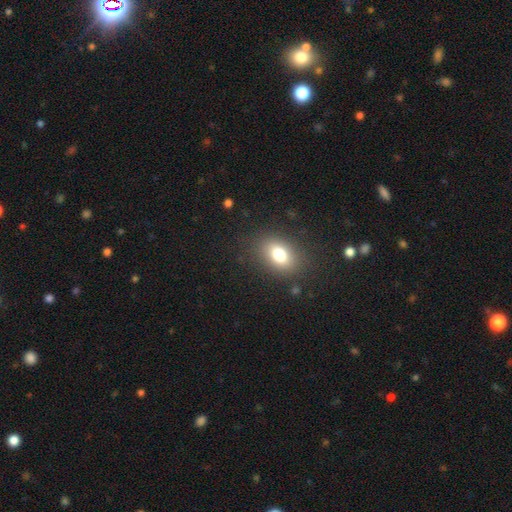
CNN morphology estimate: The model was most divided on "how rounded": in between: 69%, round: 29%, cigar-shaped: 2%. More confident: merging — none (89%); smooth or featured — smooth (73%).